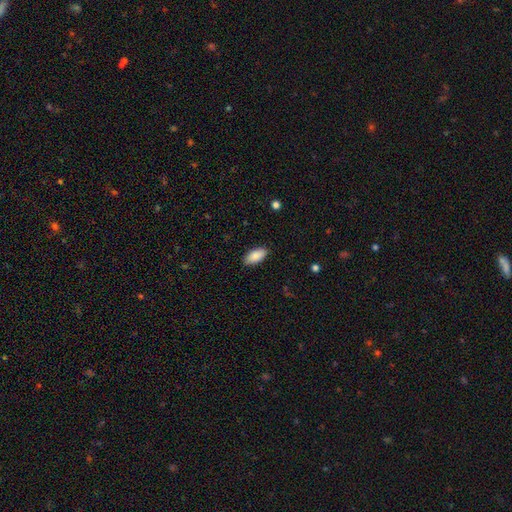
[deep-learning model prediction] smooth_or_featured: smooth (p=0.88) [alt: featured or disk p=0.06]
how_rounded: in between (p=0.91) [alt: cigar-shaped p=0.07]
merging: none (p=0.88) [alt: minor disturbance p=0.09]